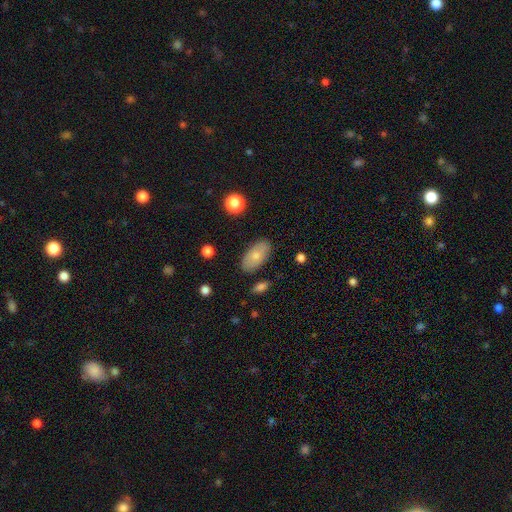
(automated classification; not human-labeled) smooth_or_featured: smooth (p=0.73) [alt: featured or disk p=0.21]
how_rounded: in between (p=0.93) [alt: round p=0.03]
merging: none (p=0.84) [alt: minor disturbance p=0.12]